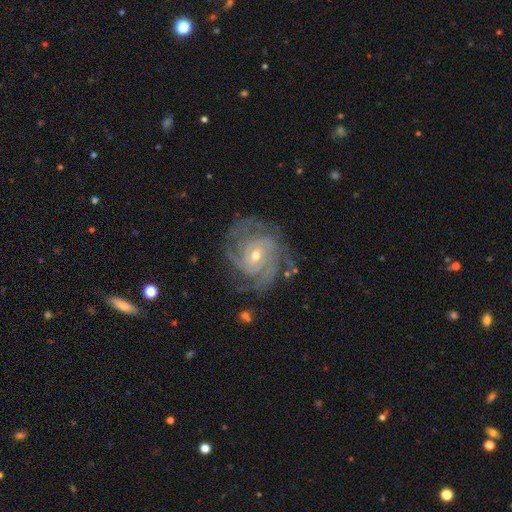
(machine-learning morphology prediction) smooth-or-featured: featured or disk: 90% | star or artifact: 5% | smooth: 5%
  disk-edge-on: no: 97% | yes: 3%
    bar: no: 51% | weak: 38% | strong: 11%
    has-spiral-arms: yes: 98% | no: 2%
      spiral-winding: tight: 66% | medium: 29% | loose: 5%
      spiral-arm-count: 3: 27% | can't tell: 22% | 4: 21% | 2: 15% | more than 4: 8% | 1: 6%
    bulge-size: small: 53% | moderate: 43% | large: 2% | none: 1% | dominant: 1%
  merging: none: 71% | minor disturbance: 18% | major disturbance: 9% | merger: 2%